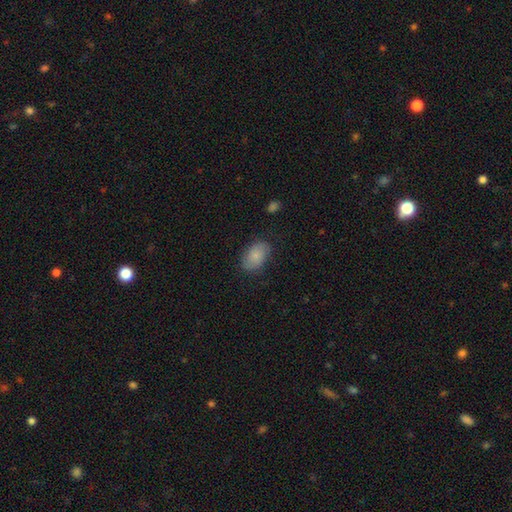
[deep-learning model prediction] Smooth or featured? smooth (78%)
How rounded? in between (88%)
Merging? none (76%)